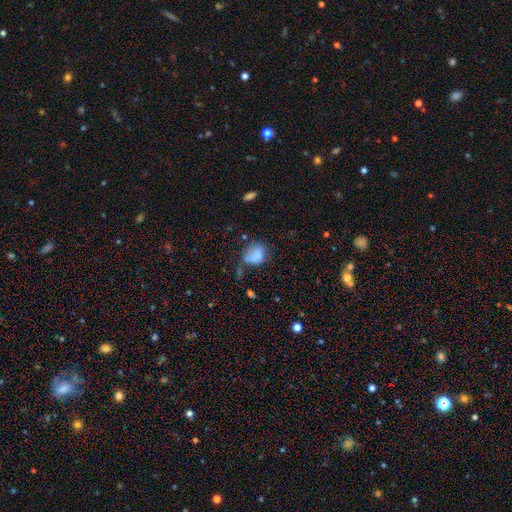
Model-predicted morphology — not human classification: The model was most divided on "merging": none: 37%, minor disturbance: 34%, major disturbance: 22%, merger: 7%. More confident: smooth or featured — smooth (75%); how rounded — in between (59%).